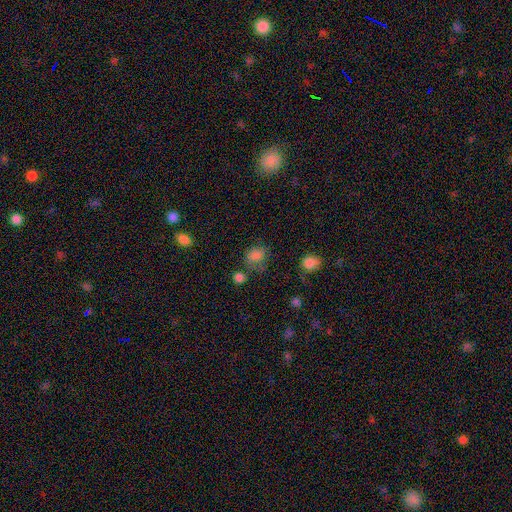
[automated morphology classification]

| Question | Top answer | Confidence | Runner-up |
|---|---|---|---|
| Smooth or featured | smooth | 78% | star or artifact (14%) |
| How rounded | round | 56% | in between (43%) |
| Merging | none | 55% | minor disturbance (24%) |